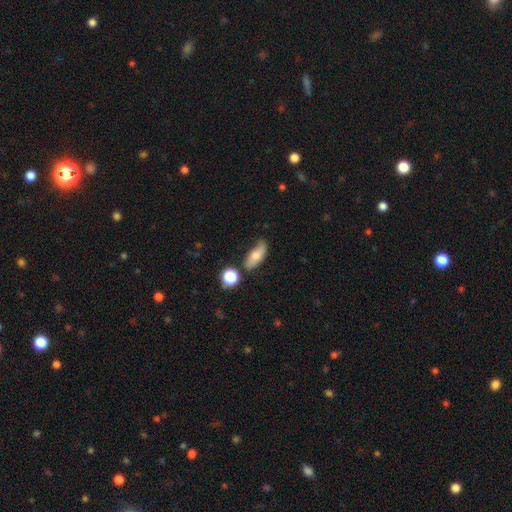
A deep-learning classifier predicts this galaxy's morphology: The model was most divided on "merging": none: 66%, minor disturbance: 22%, merger: 6%, major disturbance: 6%. More confident: how rounded — in between (74%); smooth or featured — smooth (69%).